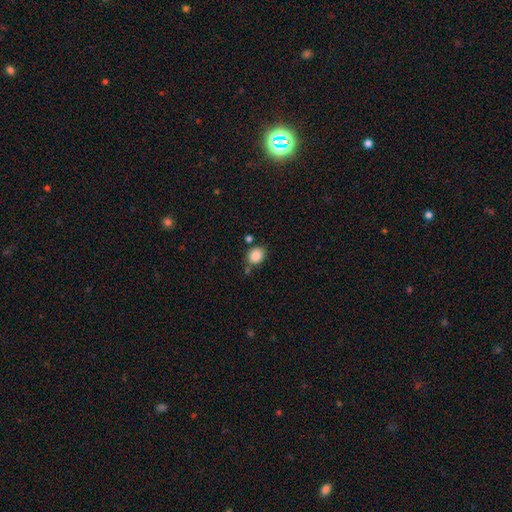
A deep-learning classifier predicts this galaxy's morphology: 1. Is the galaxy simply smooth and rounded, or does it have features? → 87% smooth, 9% star or artifact, 4% featured or disk.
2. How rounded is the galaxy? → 62% round, 37% in between, 1% cigar-shaped.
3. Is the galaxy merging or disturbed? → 69% none, 17% minor disturbance, 10% merger, 5% major disturbance.